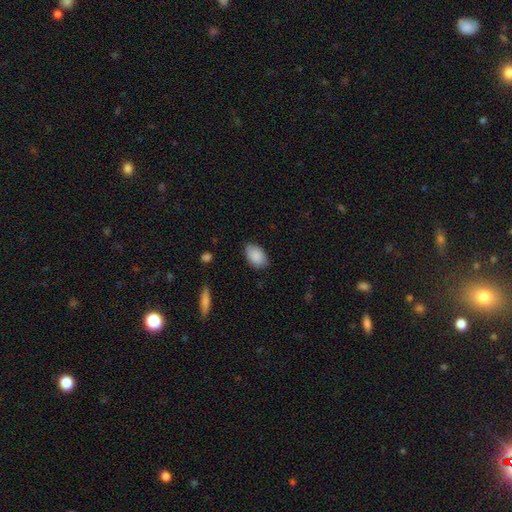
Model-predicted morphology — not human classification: smooth 89%, star or artifact 6%, featured or disk 5%. Down the decision tree: how rounded — in between (90%); merging — none (81%).